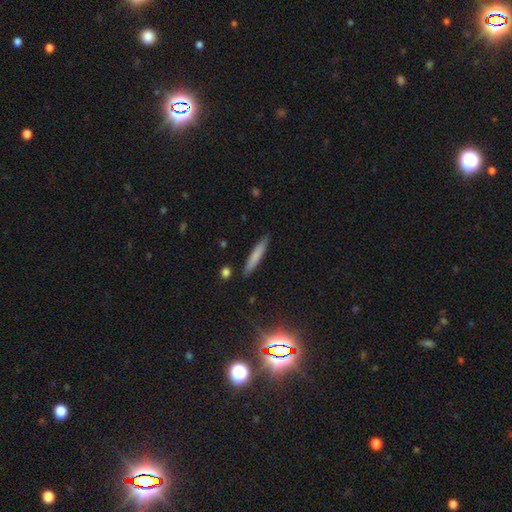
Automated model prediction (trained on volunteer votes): Q: Smooth or featured?
A: smooth (73%); runner-up: featured or disk (20%)
Q: How rounded?
A: cigar-shaped (91%); runner-up: in between (7%)
Q: Merging?
A: none (88%); runner-up: minor disturbance (9%)